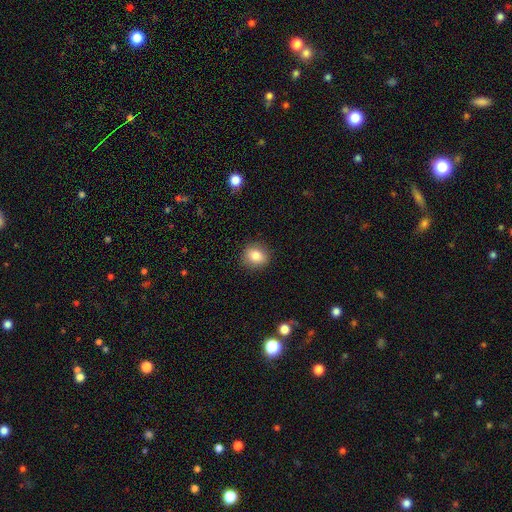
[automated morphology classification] type=smooth (82%); roundness=round (71%); merging=none (88%).